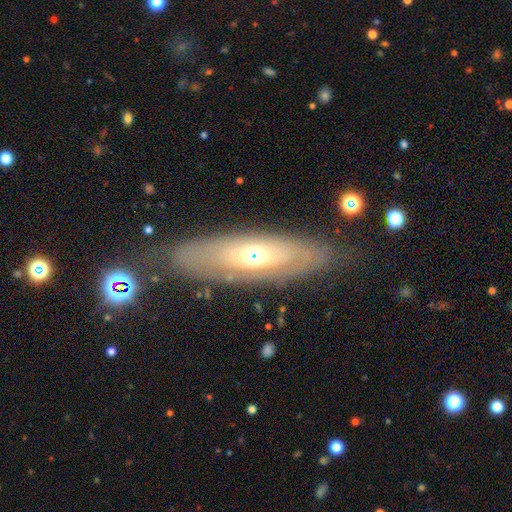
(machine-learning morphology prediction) This is possibly a featured or disk galaxy (59%). It is likely not viewed edge-on (65%). Merging: likely none (77%).